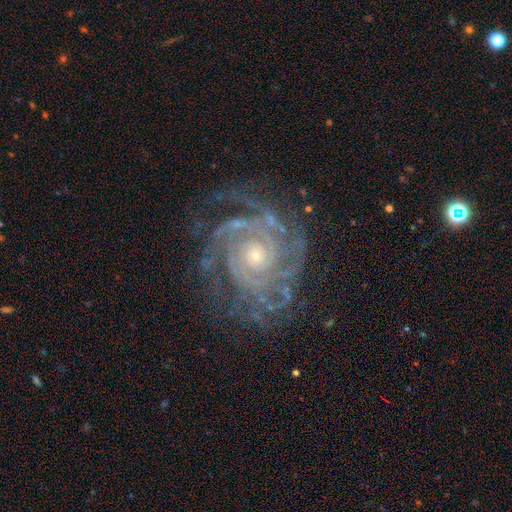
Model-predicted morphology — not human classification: This is clearly a featured or disk galaxy (89%). It is clearly not viewed edge-on (97%). Bar: likely no (78%). Spiral arm pattern: clearly yes (98%). Spiral arm count: marginally 3 (23%). Spiral winding: likely tight (77%). Central bulge: possibly small (59%). Merging: likely none (74%).